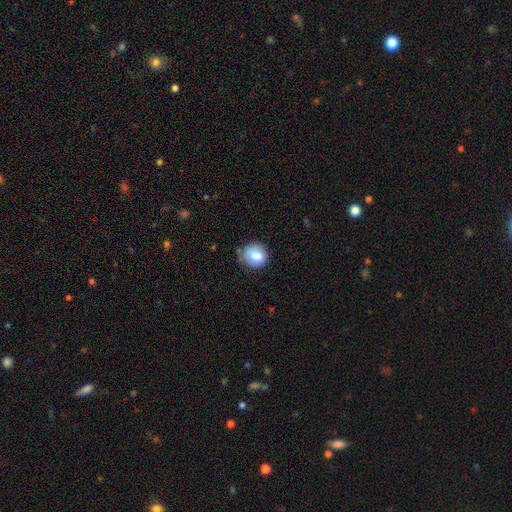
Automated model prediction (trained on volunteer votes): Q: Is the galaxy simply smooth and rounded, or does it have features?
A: smooth — 83%.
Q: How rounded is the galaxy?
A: round — 86%.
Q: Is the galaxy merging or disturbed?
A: none — 66%.